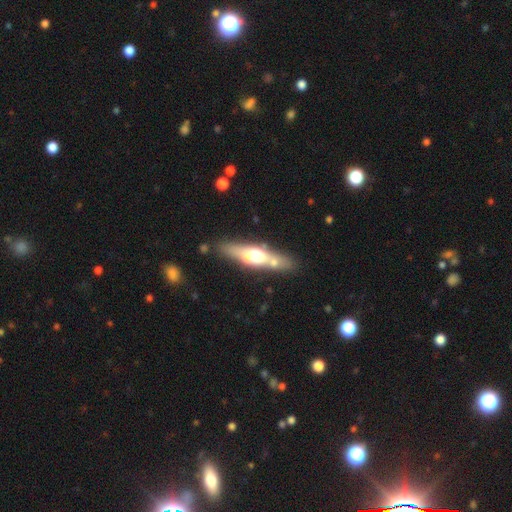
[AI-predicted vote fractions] Smooth or featured: featured or disk — 55% (smooth — 38%)
Edge-on disk: yes — 76% (no — 24%)
Merging: none — 71% (minor disturbance — 13%)